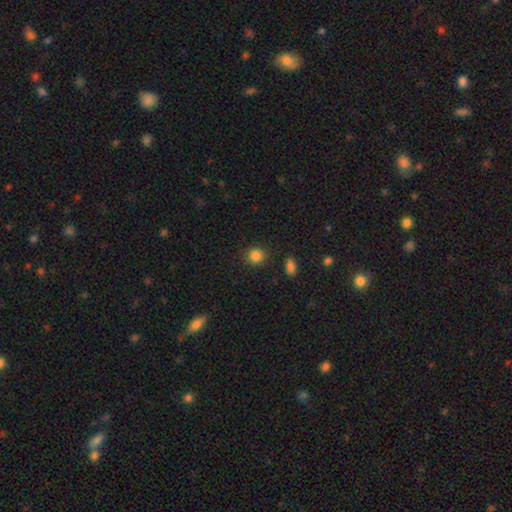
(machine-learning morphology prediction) Smooth or featured? Predicted: smooth (p=0.85). How rounded? Predicted: round (p=0.85). Merging? Predicted: none (p=0.88).